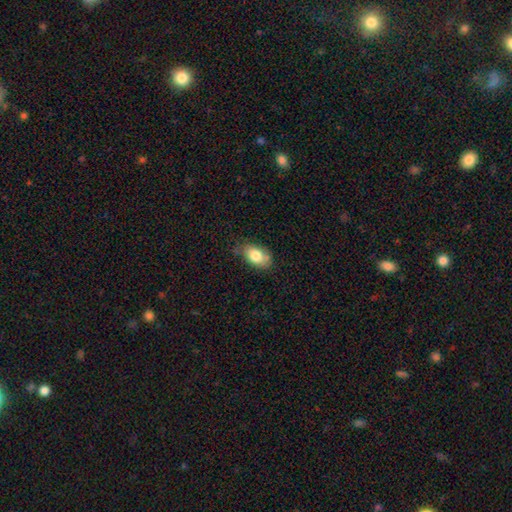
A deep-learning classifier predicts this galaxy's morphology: A smooth galaxy with no disk features (80%) that is in between round and cigar-shaped (90%). Merging: none (65%).